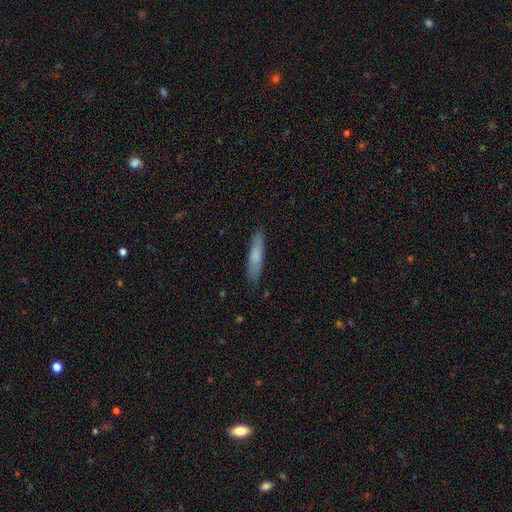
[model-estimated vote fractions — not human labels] smooth_or_featured: smooth (p=0.74) [alt: featured or disk p=0.21]
how_rounded: cigar-shaped (p=0.83) [alt: in between p=0.15]
merging: none (p=0.86) [alt: minor disturbance p=0.11]